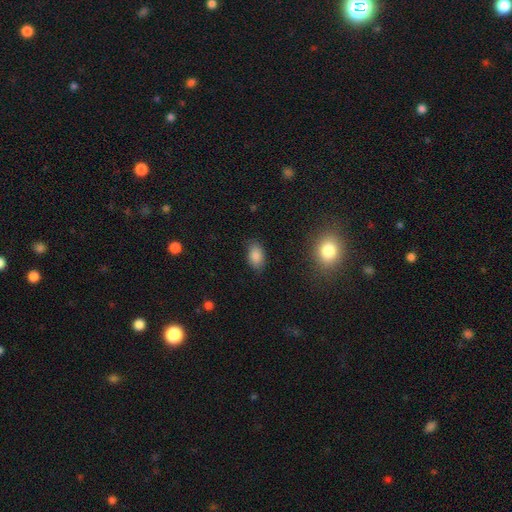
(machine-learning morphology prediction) The model was most divided on "merging": none: 81%, minor disturbance: 15%, major disturbance: 3%, merger: 1%. More confident: how rounded — in between (90%); smooth or featured — smooth (85%).